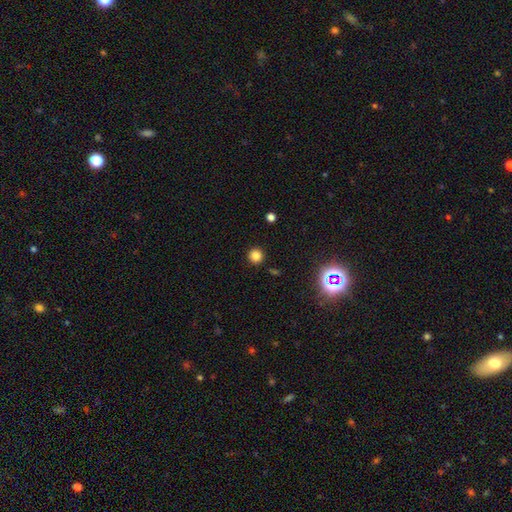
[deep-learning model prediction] Smooth or featured? smooth (81%)
How rounded? round (95%)
Merging? none (91%)